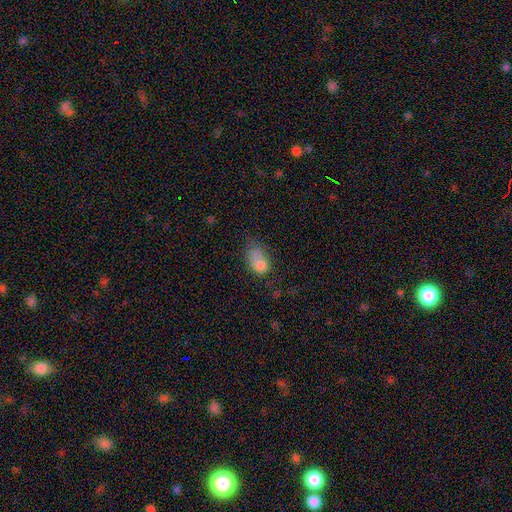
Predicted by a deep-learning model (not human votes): Q: Smooth or featured?
A: smooth (74%); runner-up: star or artifact (13%)
Q: How rounded?
A: in between (83%); runner-up: round (14%)
Q: Merging?
A: none (35%); runner-up: minor disturbance (33%)